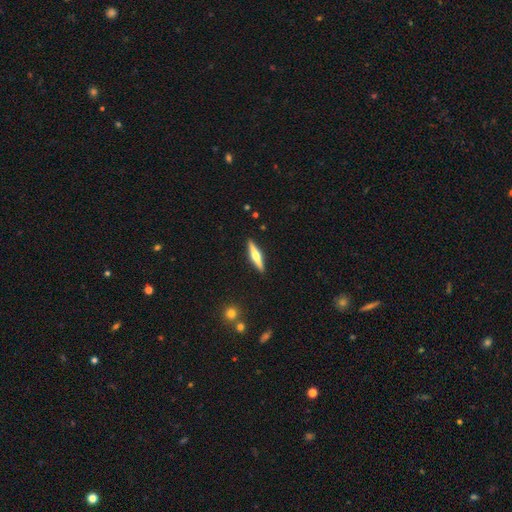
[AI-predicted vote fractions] Morphology: type=featured or disk (62%); edge-on=yes (97%); edge-on bulge=rounded (90%); merging=none (91%).